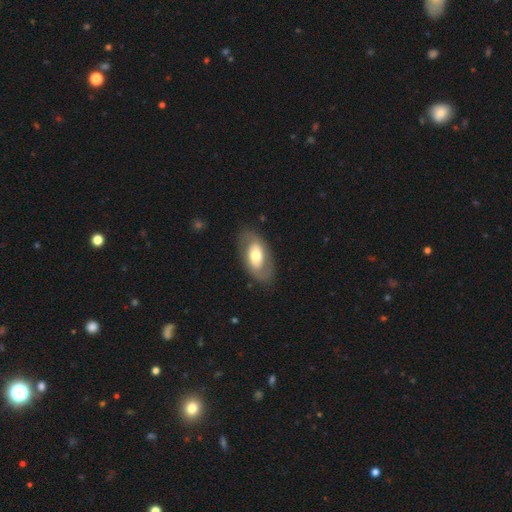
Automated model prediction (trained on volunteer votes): smooth_or_featured: featured or disk (p=0.52) [alt: smooth p=0.42]
disk_edge_on: no (p=0.91) [alt: yes p=0.09]
merging: none (p=0.79) [alt: minor disturbance p=0.14]